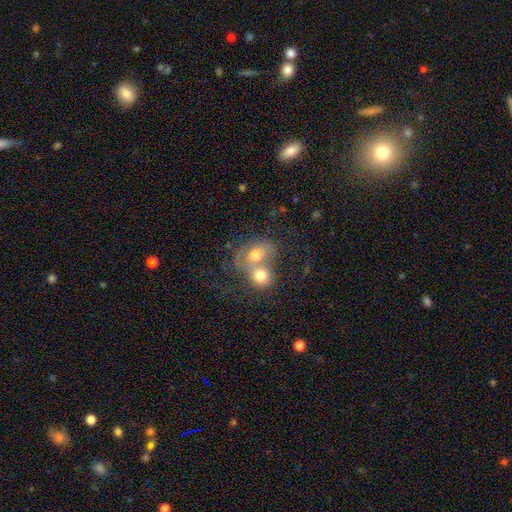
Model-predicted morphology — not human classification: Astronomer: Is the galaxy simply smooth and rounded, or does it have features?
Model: smooth — 56% (runner-up: featured or disk, 35%).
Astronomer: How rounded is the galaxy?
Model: round — 51% (runner-up: in between, 48%).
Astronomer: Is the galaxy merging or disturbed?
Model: merger — 74%.